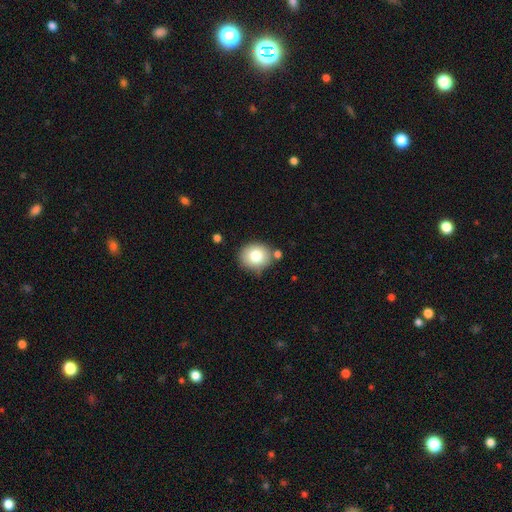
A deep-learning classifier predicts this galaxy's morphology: Overall: smooth (78%). How rounded: round (72%). Merging: none (75%).